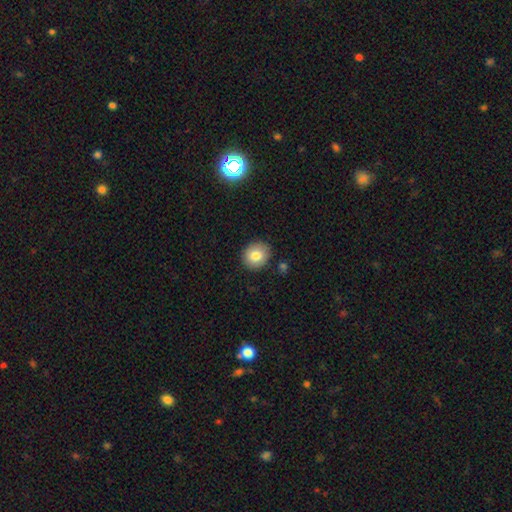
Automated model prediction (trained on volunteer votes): A smooth galaxy with no disk features (81%) that is round (74%). Merging: none (87%).